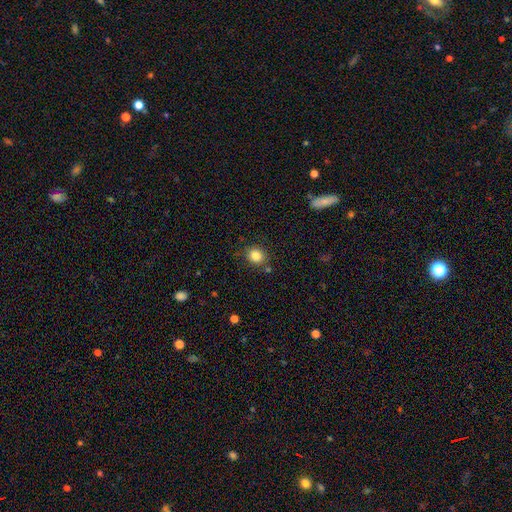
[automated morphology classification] smooth_or_featured: smooth (p=0.84) [alt: star or artifact p=0.11]
how_rounded: round (p=0.74) [alt: in between p=0.26]
merging: none (p=0.83) [alt: minor disturbance p=0.10]